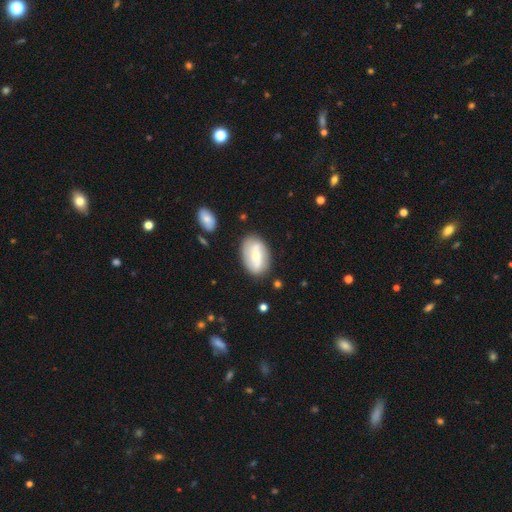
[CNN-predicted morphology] Smooth or featured: featured or disk — 52% (smooth — 42%)
Edge-on disk: no — 94% (yes — 6%)
Merging: none — 80% (minor disturbance — 14%)